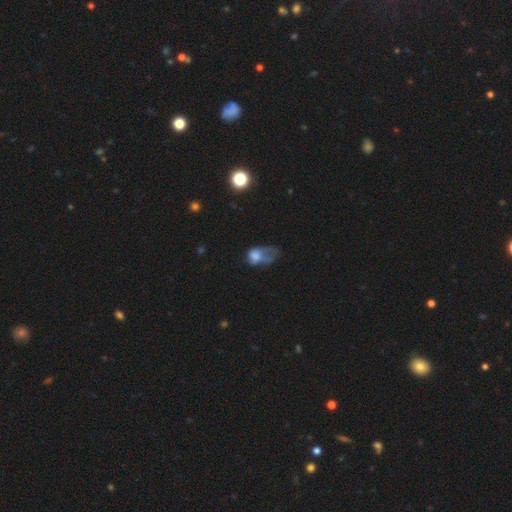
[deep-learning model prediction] The model was most divided on "smooth or featured": smooth: 60%, featured or disk: 27%, star or artifact: 13%. More confident: how rounded — in between (74%); merging — major disturbance (58%).